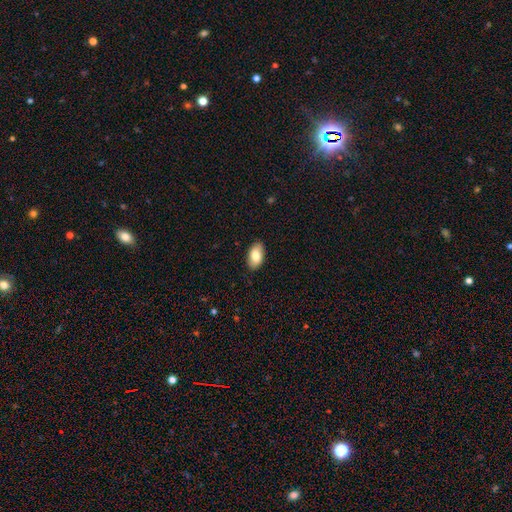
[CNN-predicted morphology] A smooth galaxy with no disk features (81%) that is in between round and cigar-shaped (94%). Merging: none (88%).